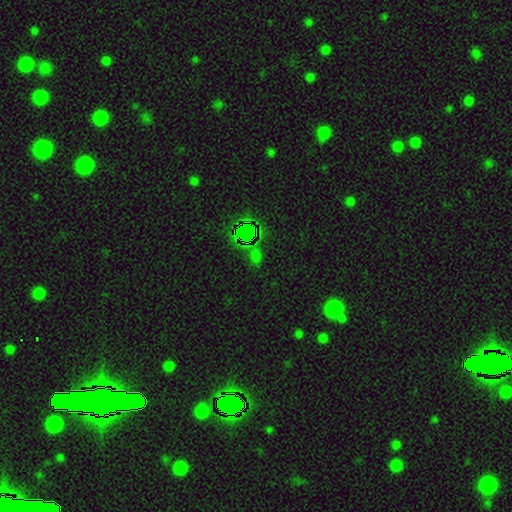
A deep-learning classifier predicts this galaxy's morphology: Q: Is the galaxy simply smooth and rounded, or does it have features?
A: star or artifact — 57%.